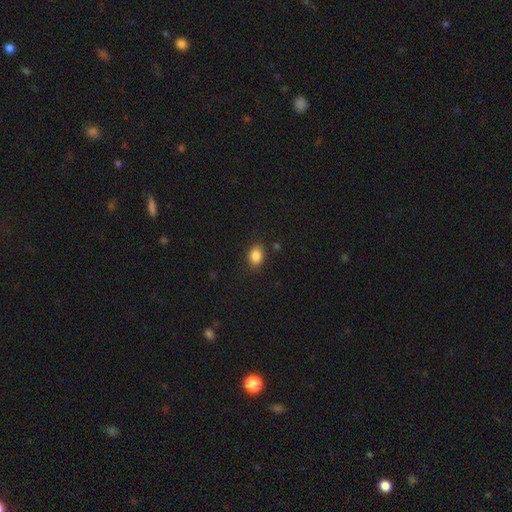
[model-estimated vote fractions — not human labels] Overall: smooth (86%). How rounded: in between (62%; round 36%). Merging: none (84%).